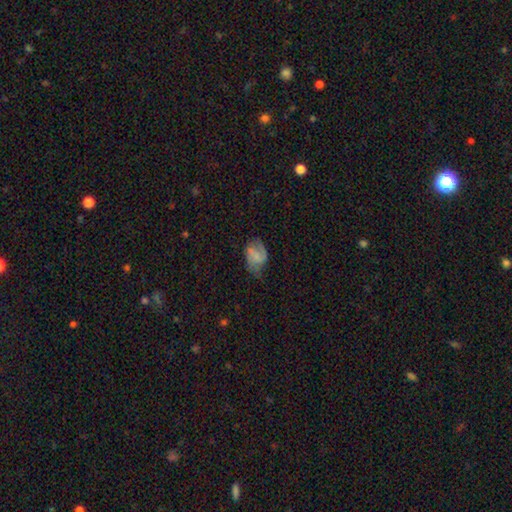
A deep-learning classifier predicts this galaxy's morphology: This appears to be a smooth galaxy with no disk features (48%). Merging: none (41%).